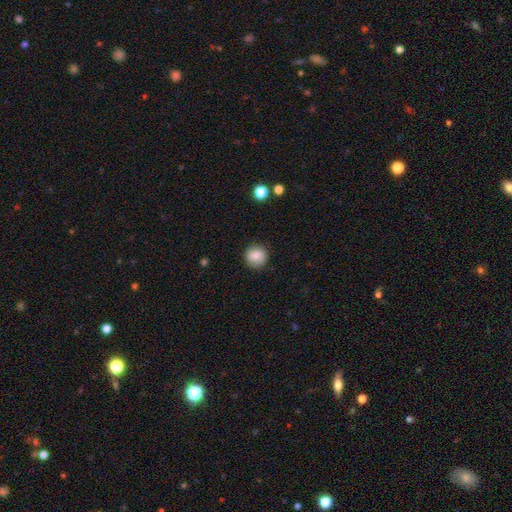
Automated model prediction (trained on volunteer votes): Smooth or featured? Predicted: smooth (p=0.80). How rounded? Predicted: round (p=0.91). Merging? Predicted: none (p=0.86).